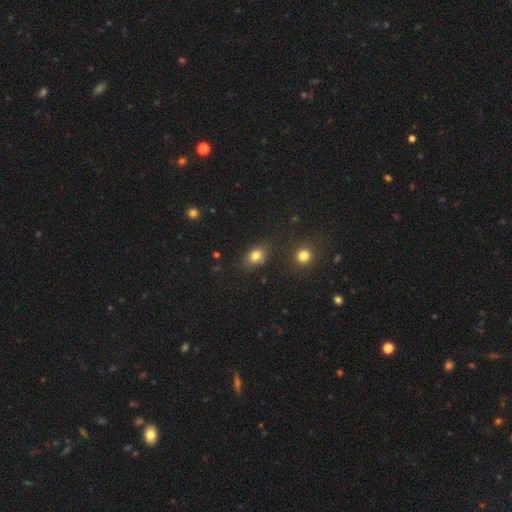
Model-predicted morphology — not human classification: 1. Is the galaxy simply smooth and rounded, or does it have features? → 79% smooth, 13% star or artifact, 8% featured or disk.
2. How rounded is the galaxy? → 66% in between, 32% round, 2% cigar-shaped.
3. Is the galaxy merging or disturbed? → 75% none, 16% minor disturbance, 5% merger, 4% major disturbance.